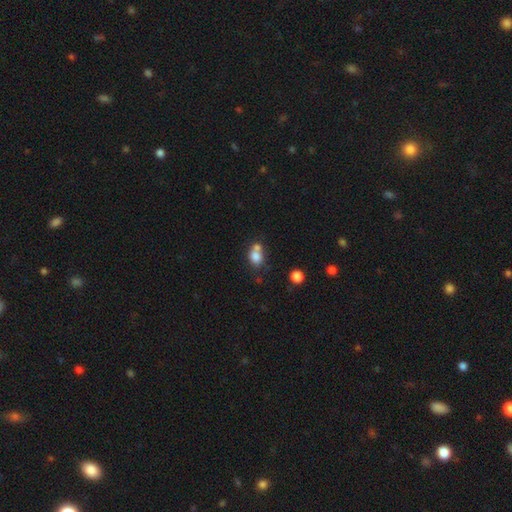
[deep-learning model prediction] Smooth or featured? Predicted: smooth (p=0.77). How rounded? Predicted: round (p=0.52). Merging? Predicted: merger (p=0.47).